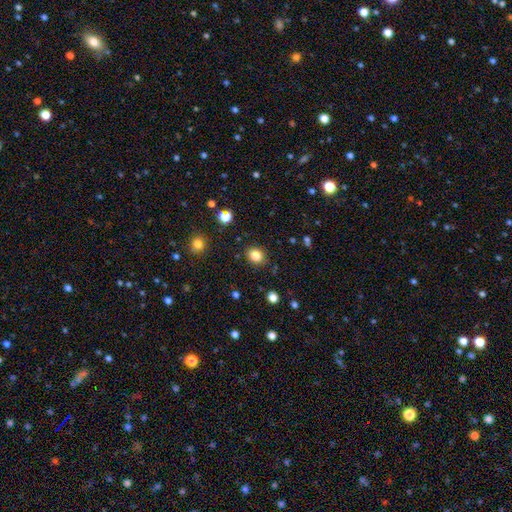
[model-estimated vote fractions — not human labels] Morphology: type=smooth (83%); roundness=round (65%); merging=none (87%).